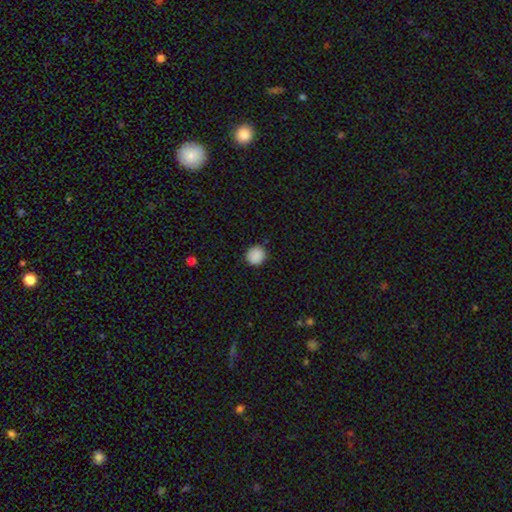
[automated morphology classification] type=smooth (89%); roundness=round (89%); merging=none (89%).